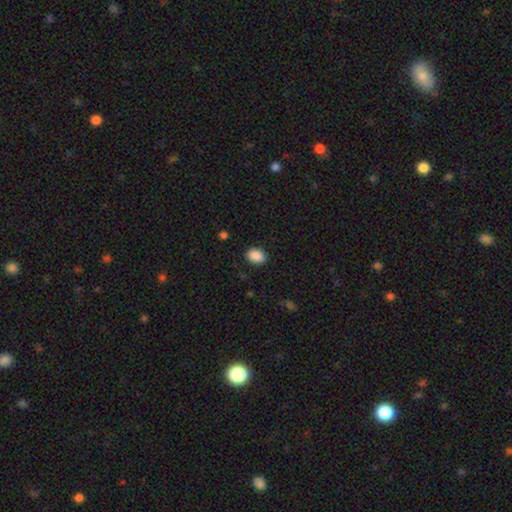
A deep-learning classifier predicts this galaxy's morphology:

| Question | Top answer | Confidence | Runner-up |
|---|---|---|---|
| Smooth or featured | smooth | 90% | star or artifact (8%) |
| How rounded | in between | 78% | round (21%) |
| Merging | none | 88% | minor disturbance (9%) |